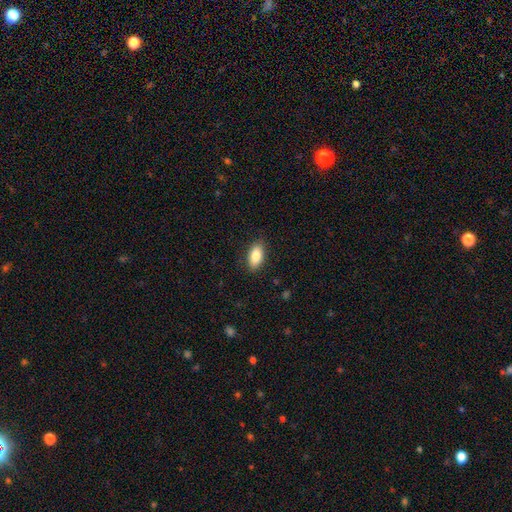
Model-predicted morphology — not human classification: Smooth or featured? Predicted: smooth (p=0.85). How rounded? Predicted: in between (p=0.90). Merging? Predicted: none (p=0.87).